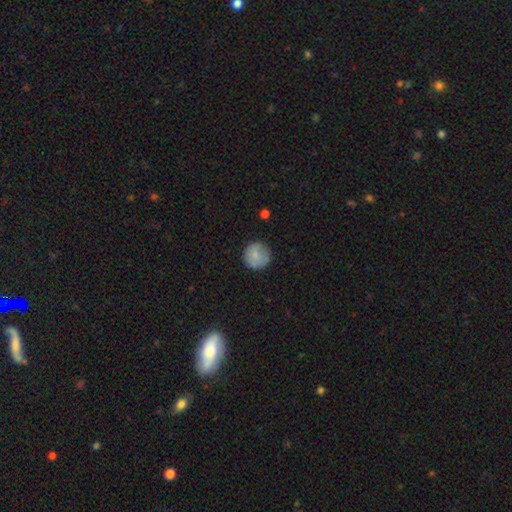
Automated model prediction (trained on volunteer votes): Morphology: type=smooth (82%); roundness=round (95%); merging=none (85%).